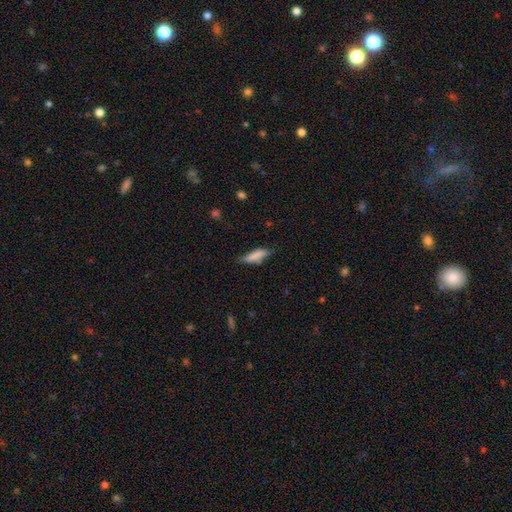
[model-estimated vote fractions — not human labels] A smooth galaxy with no disk features (75%) that is cigar-shaped (65%).

Vote fractions:
- Smooth or featured? smooth: 75% / featured or disk: 18% / star or artifact: 7%
- How rounded? cigar-shaped: 65% / in between: 33% / round: 2%
- Merging? none: 60% / minor disturbance: 28% / major disturbance: 7% / merger: 5%